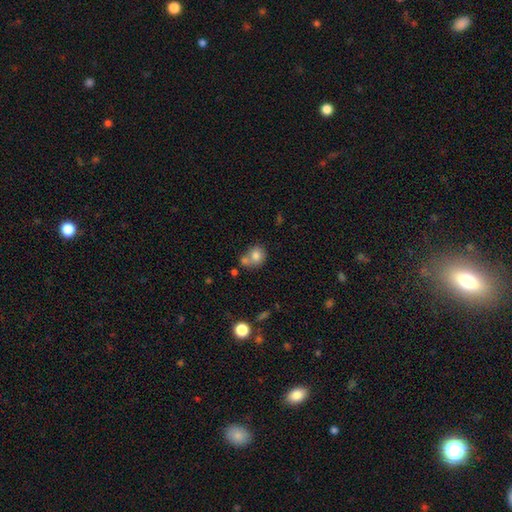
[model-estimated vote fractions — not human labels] Q: Smooth or featured?
A: smooth (78%); runner-up: featured or disk (12%)
Q: How rounded?
A: round (72%); runner-up: in between (27%)
Q: Merging?
A: merger (42%); runner-up: none (40%)